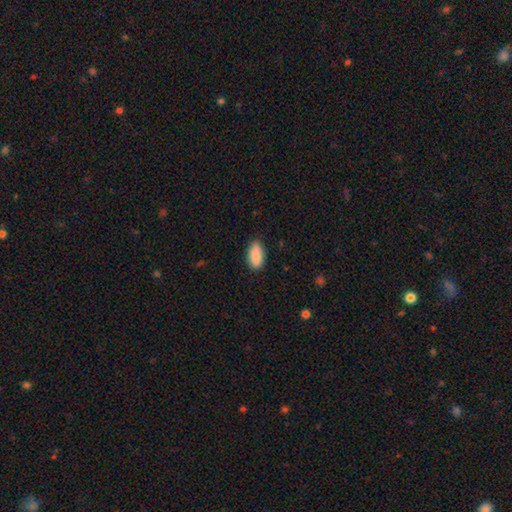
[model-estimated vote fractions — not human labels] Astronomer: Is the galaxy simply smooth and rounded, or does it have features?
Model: smooth — 89%.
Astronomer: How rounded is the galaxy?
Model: in between — 91%.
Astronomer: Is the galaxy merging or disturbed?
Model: none — 84%.